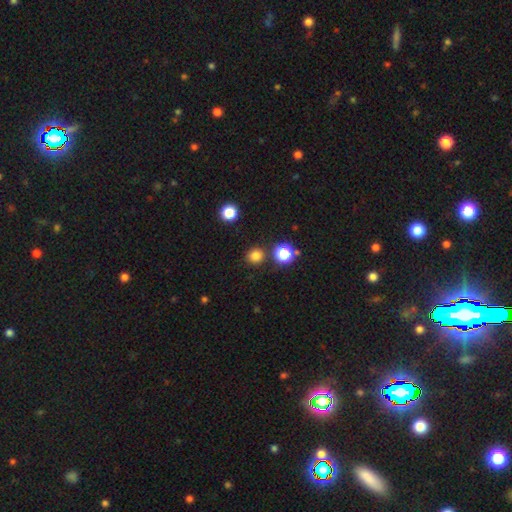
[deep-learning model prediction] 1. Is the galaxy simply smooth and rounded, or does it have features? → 80% smooth, 16% star or artifact, 4% featured or disk.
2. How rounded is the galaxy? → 90% round, 9% in between, 1% cigar-shaped.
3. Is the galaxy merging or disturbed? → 86% none, 7% minor disturbance, 5% merger, 2% major disturbance.